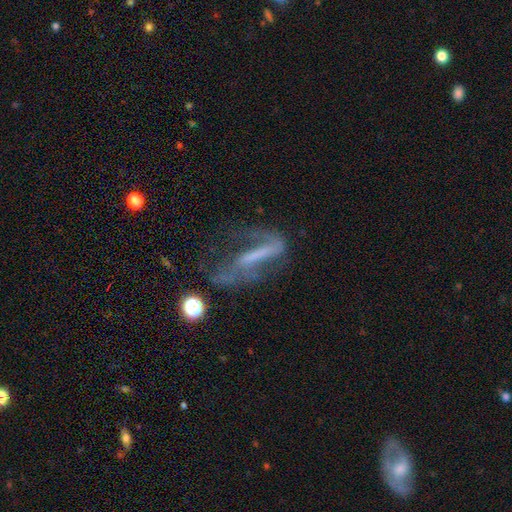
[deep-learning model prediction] Smooth or featured? featured or disk (62%)
Edge-on disk? no (76%)
Merging? major disturbance (40%)